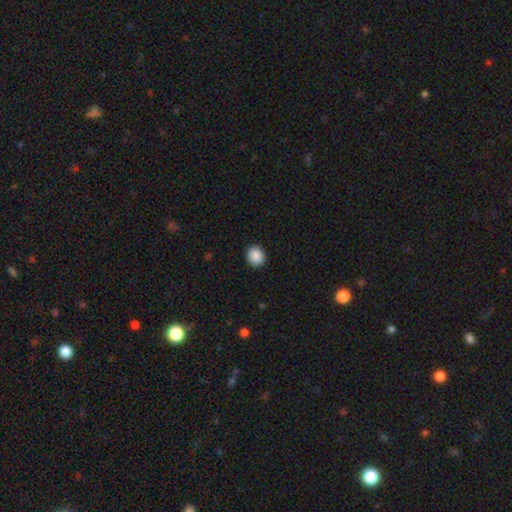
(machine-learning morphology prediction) Smooth or featured: smooth — 89% (star or artifact — 8%)
How rounded: round — 73% (in between — 26%)
Merging: none — 91% (minor disturbance — 6%)